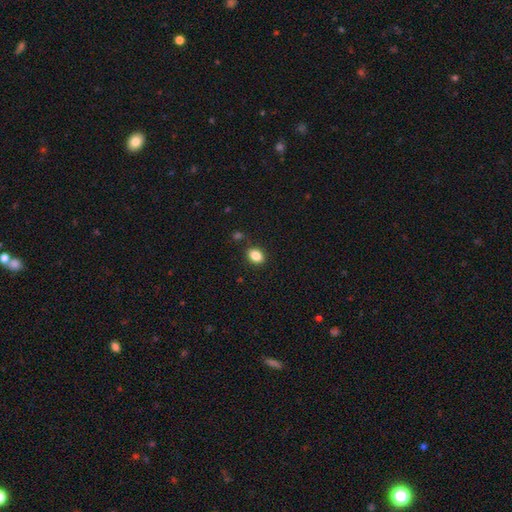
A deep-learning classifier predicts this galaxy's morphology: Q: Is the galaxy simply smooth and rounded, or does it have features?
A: smooth — 85%.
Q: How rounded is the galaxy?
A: in between — 72%.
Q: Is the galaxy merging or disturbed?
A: none — 85%.